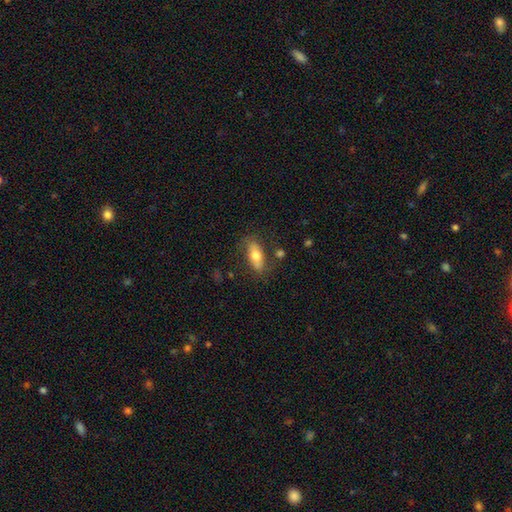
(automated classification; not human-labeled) This is likely a smooth galaxy (64%). How rounded: likely in between (72%). Merging: likely none (74%).